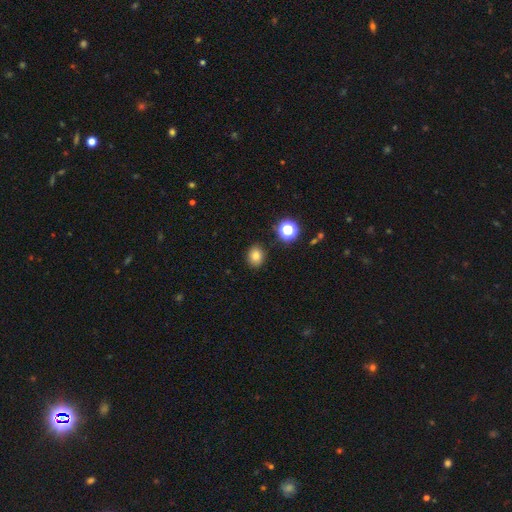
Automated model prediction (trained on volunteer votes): A smooth galaxy with no disk features (79%) that is round (60%).

Vote fractions:
- Smooth or featured? smooth: 79% / star or artifact: 14% / featured or disk: 7%
- How rounded? round: 60% / in between: 39% / cigar-shaped: 1%
- Merging? none: 88% / minor disturbance: 8% / major disturbance: 2% / merger: 2%